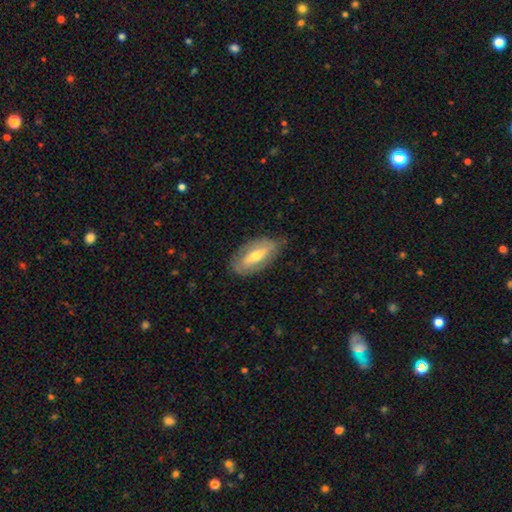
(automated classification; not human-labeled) Overall: featured or disk (50%; smooth 45%). Merging: none (78%).